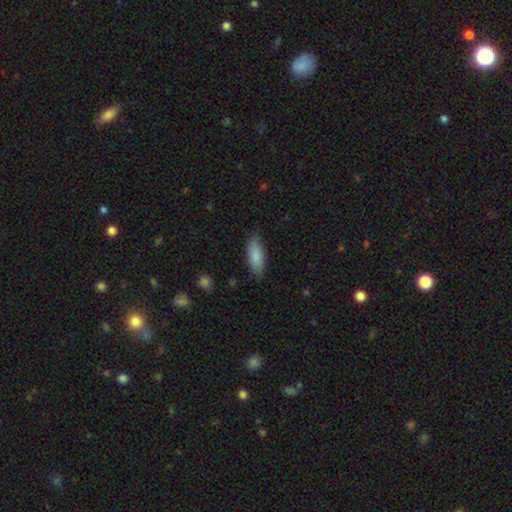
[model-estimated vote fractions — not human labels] Smooth or featured? Predicted: smooth (p=0.86). How rounded? Predicted: in between (p=0.79). Merging? Predicted: none (p=0.80).